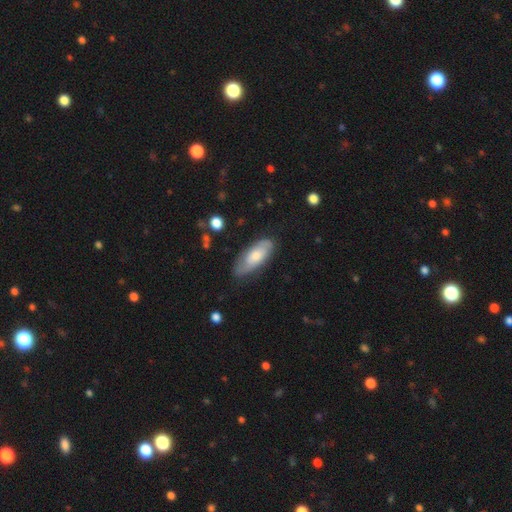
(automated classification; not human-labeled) Overall: smooth (55%; featured or disk 39%). How rounded: in between (78%). Merging: none (73%).